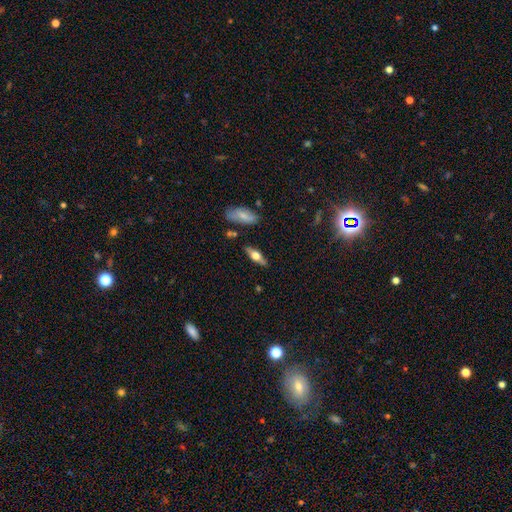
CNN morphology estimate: A featured or disk galaxy (54%) viewed edge-on (90%). Merging: none (83%).